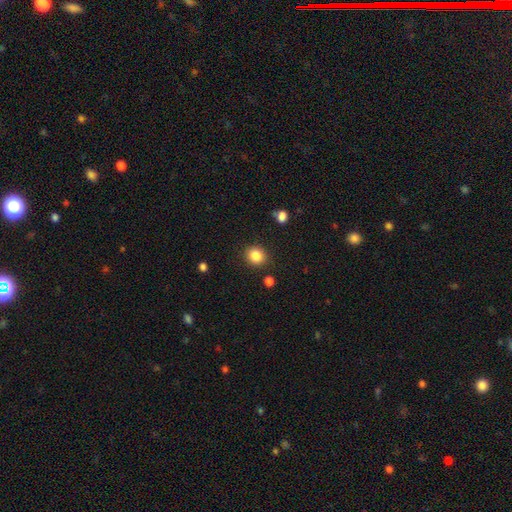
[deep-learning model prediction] Morphology: type=smooth (86%); roundness=round (80%); merging=none (87%).